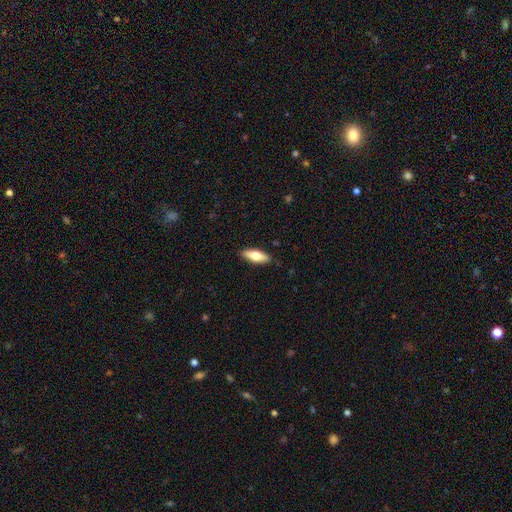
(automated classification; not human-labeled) A smooth galaxy with no disk features (67%) that is in between round and cigar-shaped (63%). Merging: none (89%).